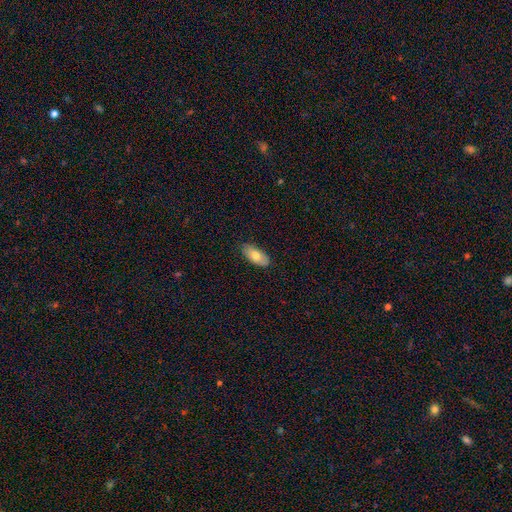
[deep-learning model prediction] Smooth or featured? smooth (76%)
How rounded? in between (90%)
Merging? none (85%)